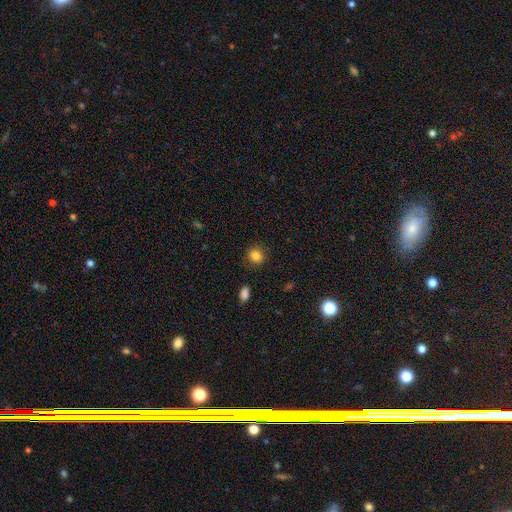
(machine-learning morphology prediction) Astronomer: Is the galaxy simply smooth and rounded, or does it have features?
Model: smooth — 84%.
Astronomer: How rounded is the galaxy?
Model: round — 82%.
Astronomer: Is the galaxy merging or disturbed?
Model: none — 88%.